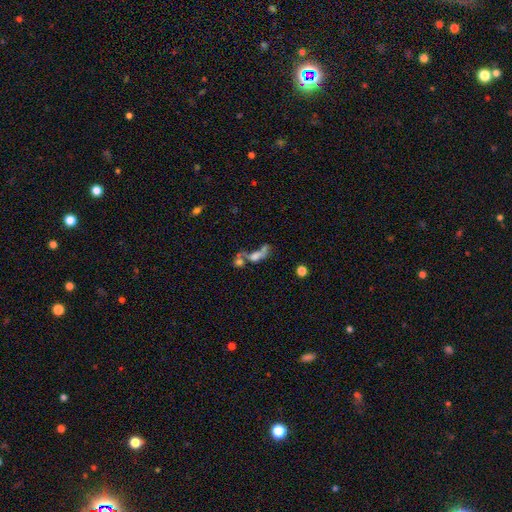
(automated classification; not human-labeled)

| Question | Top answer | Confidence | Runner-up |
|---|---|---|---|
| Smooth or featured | smooth | 44% | featured or disk (34%) |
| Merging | merger | 48% | none (23%) |